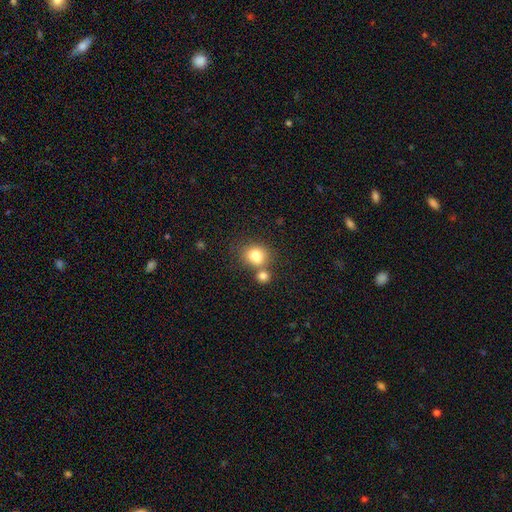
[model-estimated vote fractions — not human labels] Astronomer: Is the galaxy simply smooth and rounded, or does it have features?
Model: smooth — 82%.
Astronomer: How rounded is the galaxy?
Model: round — 65%.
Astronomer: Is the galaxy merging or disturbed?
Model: none — 51% (runner-up: merger, 34%).